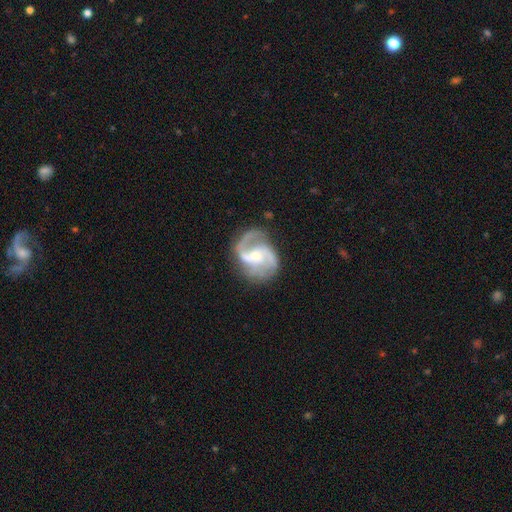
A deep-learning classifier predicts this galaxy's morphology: Smooth or featured? Predicted: featured or disk (p=0.88). Edge-on disk? Predicted: no (p=0.98). Bar? Predicted: no (p=0.43). Spiral arms? Predicted: yes (p=0.96). Spiral winding? Predicted: medium (p=0.54). Spiral arm count? Predicted: 2 (p=0.71). Bulge size? Predicted: small (p=0.51). Merging? Predicted: none (p=0.66).